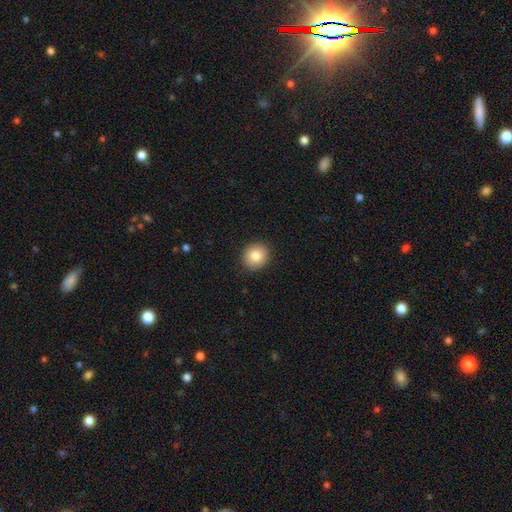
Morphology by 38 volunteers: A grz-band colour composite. It shows a smooth galaxy with no disk features (82%) that is round (84%). Merging: none (94%).